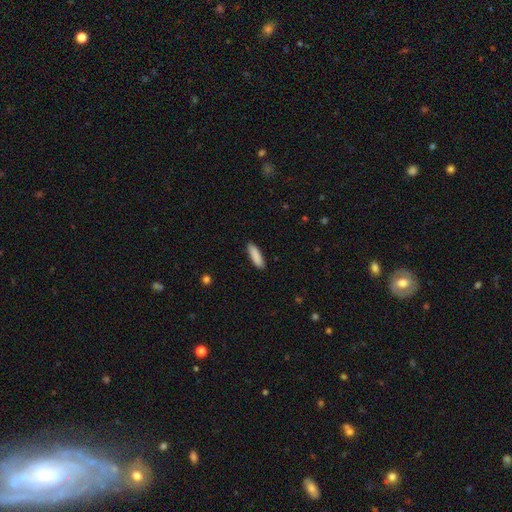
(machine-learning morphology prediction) Smooth or featured: smooth — 89% (star or artifact — 6%)
How rounded: cigar-shaped — 61% (in between — 38%)
Merging: none — 89% (minor disturbance — 8%)